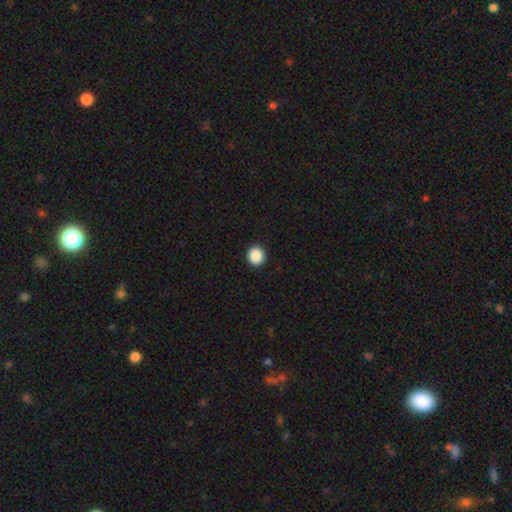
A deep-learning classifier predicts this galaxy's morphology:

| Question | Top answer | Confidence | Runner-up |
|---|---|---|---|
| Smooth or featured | smooth | 89% | star or artifact (9%) |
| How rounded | round | 92% | in between (7%) |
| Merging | none | 93% | minor disturbance (4%) |